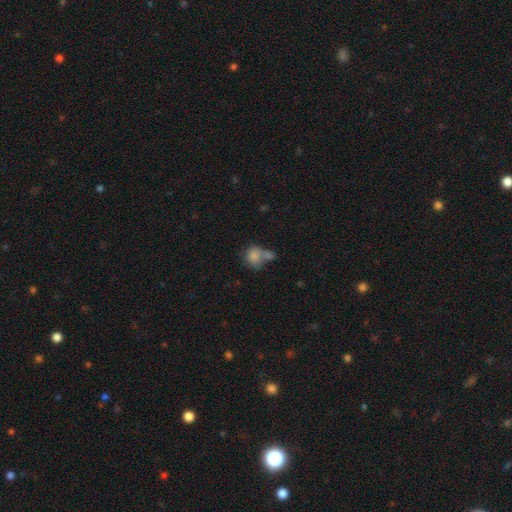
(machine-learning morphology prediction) smooth 82%, featured or disk 9%, star or artifact 9%. Down the decision tree: how rounded — round (65%); merging — merger (49%).